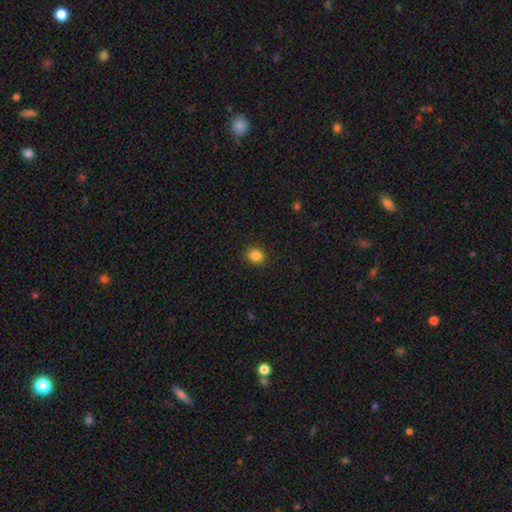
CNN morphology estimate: smooth 85%, star or artifact 11%, featured or disk 4%. Down the decision tree: how rounded — round (80%); merging — none (90%).